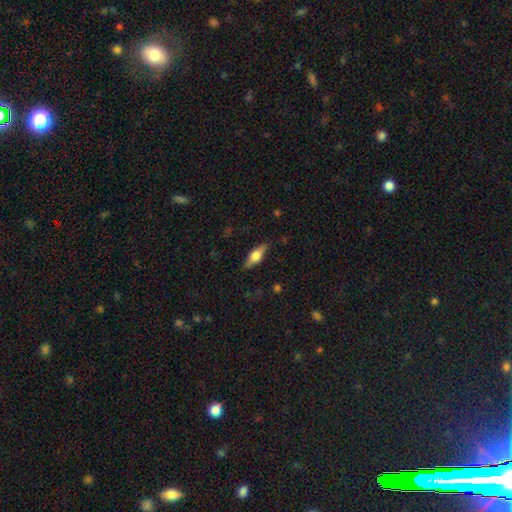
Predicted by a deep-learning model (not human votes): The model was most divided on "smooth or featured": featured or disk: 52%, smooth: 42%, star or artifact: 7%. More confident: edge-on disk — yes (93%); merging — none (85%).